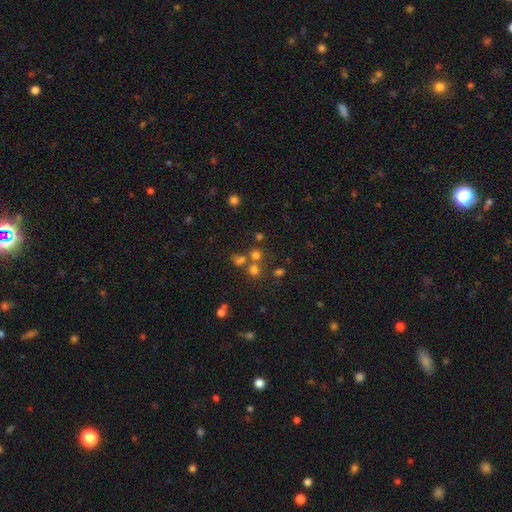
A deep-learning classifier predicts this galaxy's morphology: A smooth galaxy with no disk features (64%) that is round (85%).

Vote fractions:
- Smooth or featured? smooth: 64% / star or artifact: 26% / featured or disk: 10%
- How rounded? round: 85% / in between: 14% / cigar-shaped: 1%
- Merging? none: 59% / merger: 29% / minor disturbance: 7% / major disturbance: 4%